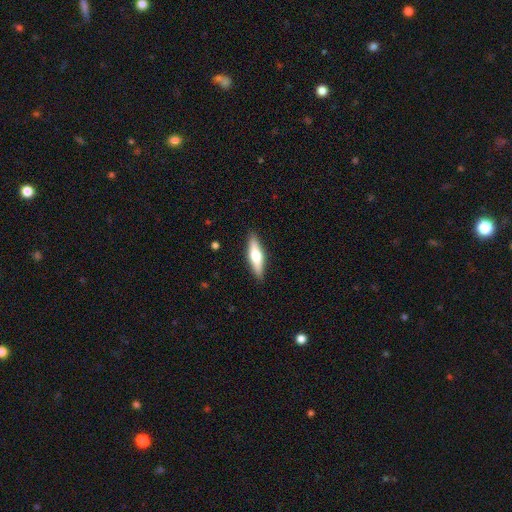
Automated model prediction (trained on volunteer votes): smooth 49%, featured or disk 45%, star or artifact 6%. Down the decision tree: merging — none (89%).